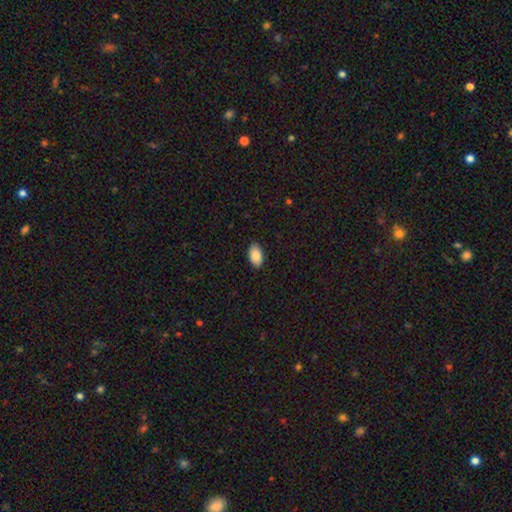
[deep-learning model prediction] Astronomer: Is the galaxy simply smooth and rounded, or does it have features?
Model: smooth — 89%.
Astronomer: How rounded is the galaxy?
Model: in between — 95%.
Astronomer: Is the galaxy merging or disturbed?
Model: none — 89%.